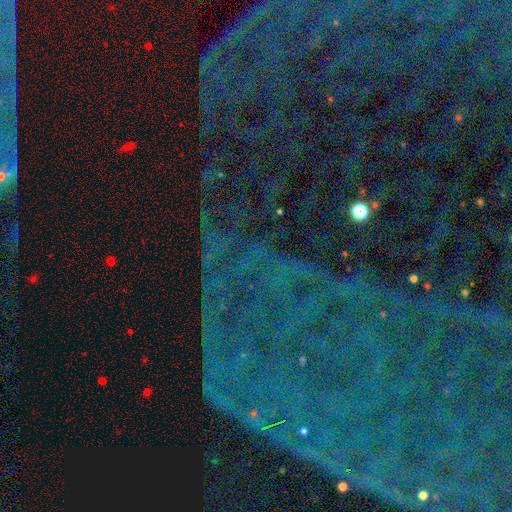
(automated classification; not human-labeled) Smooth or featured? star or artifact (86%)